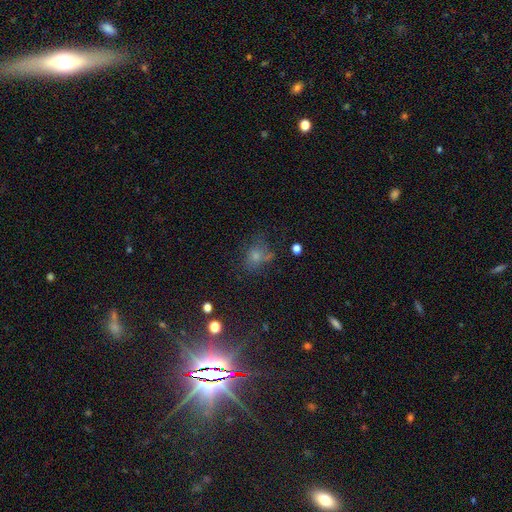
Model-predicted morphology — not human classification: This is marginally a star or artifact rather than a galaxy (43%).